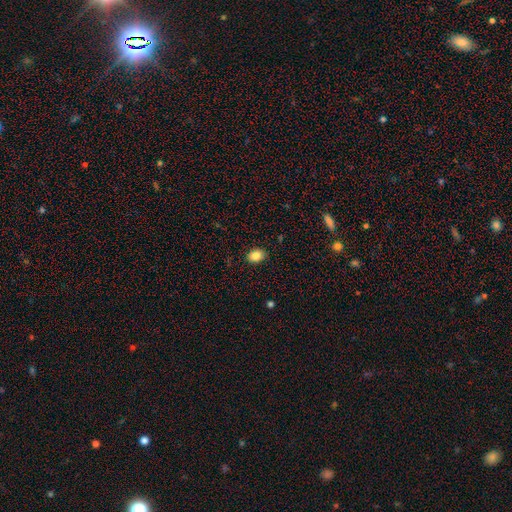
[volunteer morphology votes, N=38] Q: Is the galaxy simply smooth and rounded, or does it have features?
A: smooth — 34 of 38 (89%).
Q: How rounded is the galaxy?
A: round — 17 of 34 (50%, tied with in between).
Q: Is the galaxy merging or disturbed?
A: none — 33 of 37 (89%).